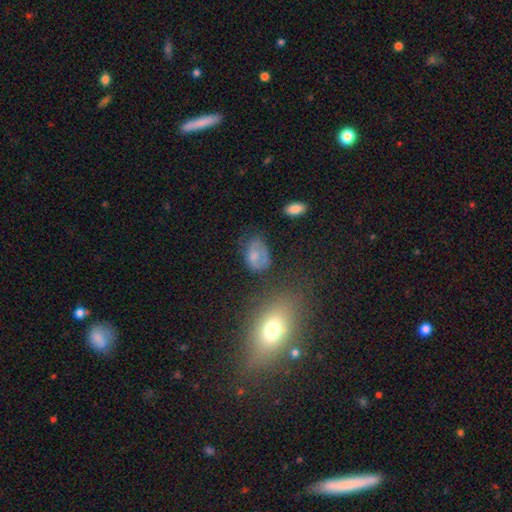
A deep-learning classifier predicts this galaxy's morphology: This appears to be a smooth galaxy with no disk features (62%) that is in between round and cigar-shaped (78%). Merging: none (42%).